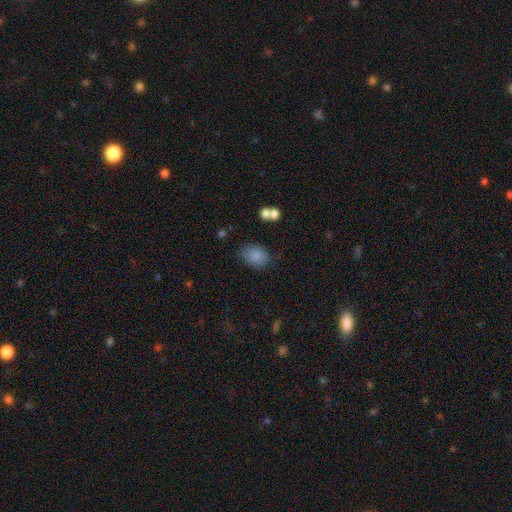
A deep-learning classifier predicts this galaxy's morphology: A smooth galaxy with no disk features (85%) that is in between round and cigar-shaped (71%). Merging: none (71%).